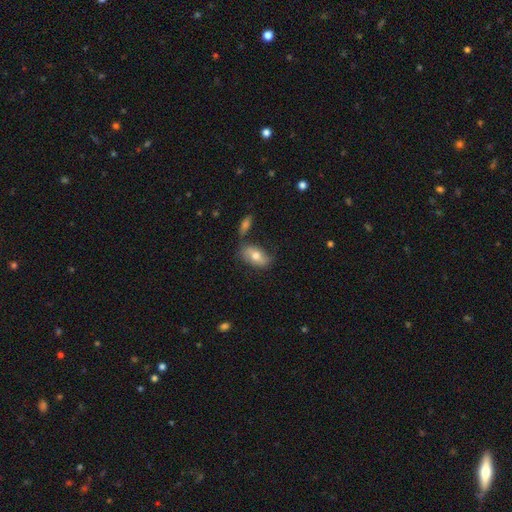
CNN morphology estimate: This is likely a smooth galaxy (61%). How rounded: clearly in between (90%). Merging: likely none (63%).